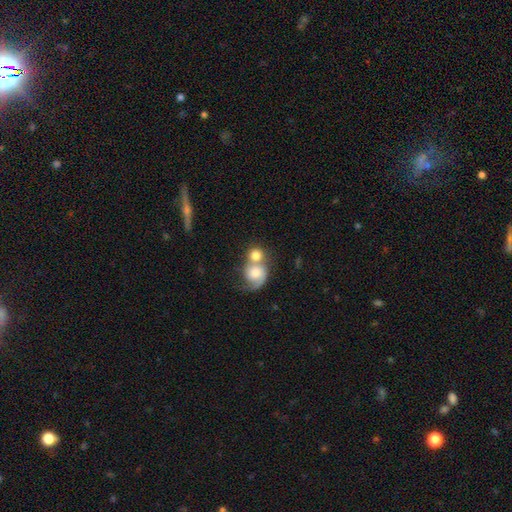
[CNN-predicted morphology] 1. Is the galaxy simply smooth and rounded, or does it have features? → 61% smooth, 32% featured or disk, 7% star or artifact.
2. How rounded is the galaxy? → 75% round, 23% in between, 1% cigar-shaped.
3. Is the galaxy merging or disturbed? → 67% merger, 19% none, 7% major disturbance, 7% minor disturbance.